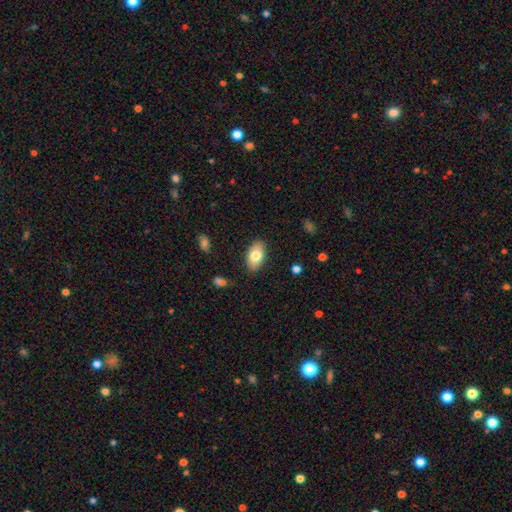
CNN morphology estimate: Smooth or featured? smooth (78%)
How rounded? in between (93%)
Merging? none (86%)